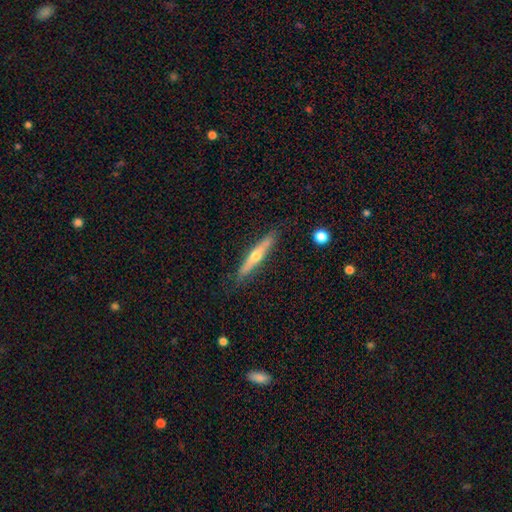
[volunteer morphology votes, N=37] Volunteers were most divided on "smooth or featured": featured or disk: 70%, smooth: 24%, star or artifact: 5%. More confident: edge-on disk — yes (100%); merging — none (97%); edge-on bulge — rounded (96%).